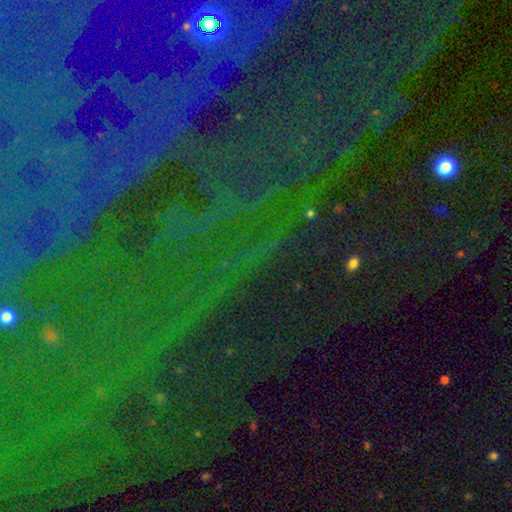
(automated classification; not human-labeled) Overall: star or artifact (81%).